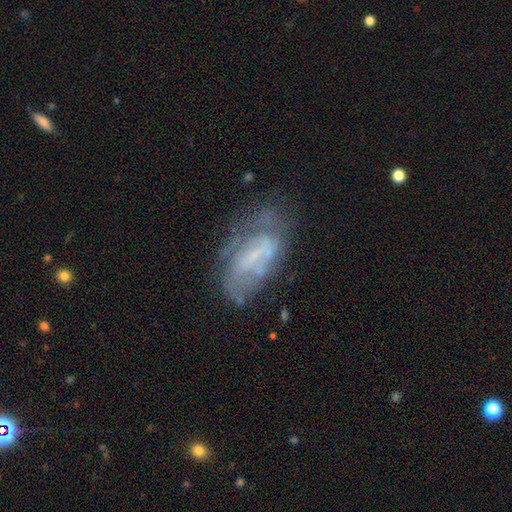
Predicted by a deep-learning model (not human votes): featured or disk 62%, smooth 27%, star or artifact 11%. Down the decision tree: edge-on disk — no (94%); bar — no (46%); spiral arms — no (57%); bulge size — none (55%); merging — none (44%).